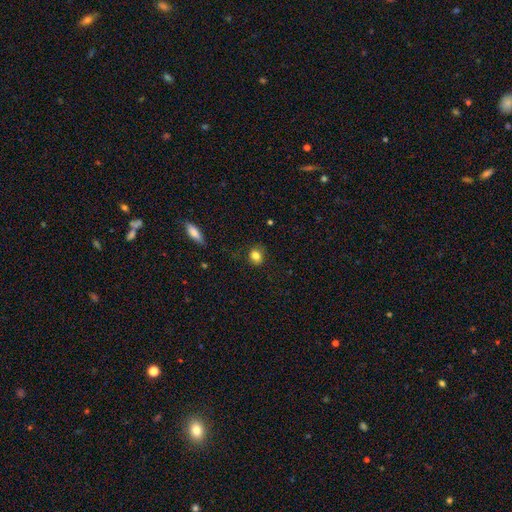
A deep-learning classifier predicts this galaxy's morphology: Q: Smooth or featured?
A: smooth (82%); runner-up: star or artifact (10%)
Q: How rounded?
A: round (65%); runner-up: in between (33%)
Q: Merging?
A: none (82%); runner-up: minor disturbance (14%)